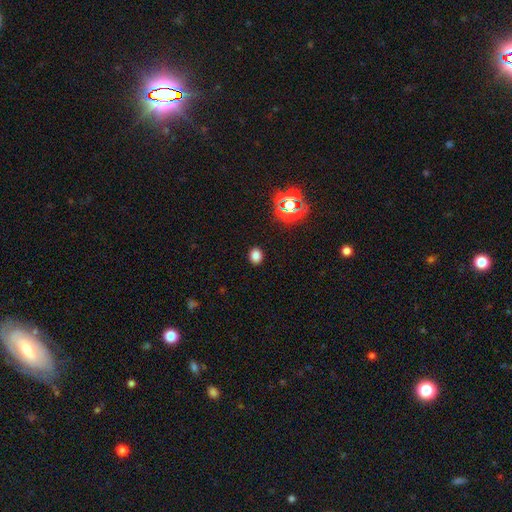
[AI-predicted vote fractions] smooth 78%, star or artifact 18%, featured or disk 4%. Down the decision tree: how rounded — round (55%); merging — none (90%).